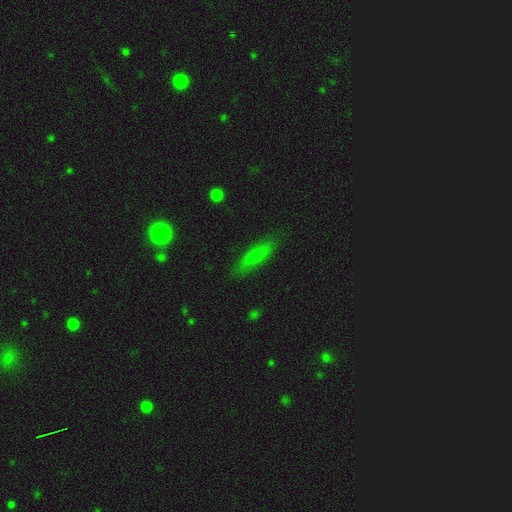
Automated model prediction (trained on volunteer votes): A smooth galaxy with no disk features (61%) that is cigar-shaped (65%).

Vote fractions:
- Smooth or featured? smooth: 61% / featured or disk: 29% / star or artifact: 11%
- How rounded? cigar-shaped: 65% / in between: 32% / round: 3%
- Merging? none: 84% / minor disturbance: 12% / major disturbance: 3% / merger: 1%